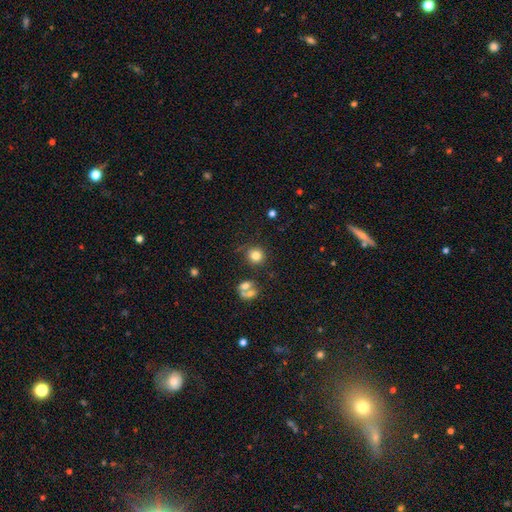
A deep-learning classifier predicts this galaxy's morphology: smooth-or-featured: smooth: 80% | star or artifact: 12% | featured or disk: 8%
  how-rounded: round: 87% | in between: 12% | cigar-shaped: 1%
  merging: none: 76% | minor disturbance: 12% | merger: 8% | major disturbance: 4%